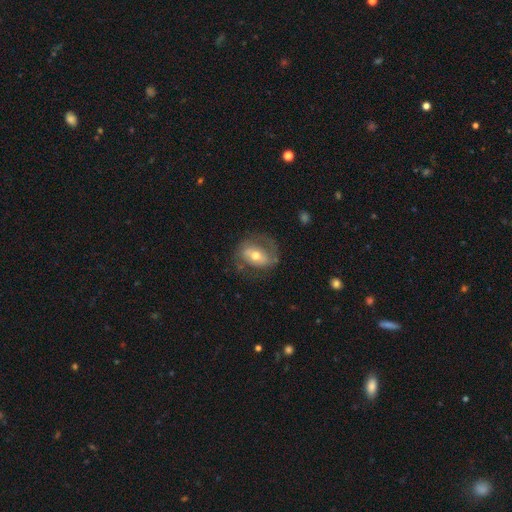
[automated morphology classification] Smooth or featured? Predicted: featured or disk (p=0.58). Edge-on disk? Predicted: no (p=0.94). Bar? Predicted: no (p=0.40). Spiral arms? Predicted: yes (p=0.62). Bulge size? Predicted: moderate (p=0.71). Merging? Predicted: none (p=0.58).